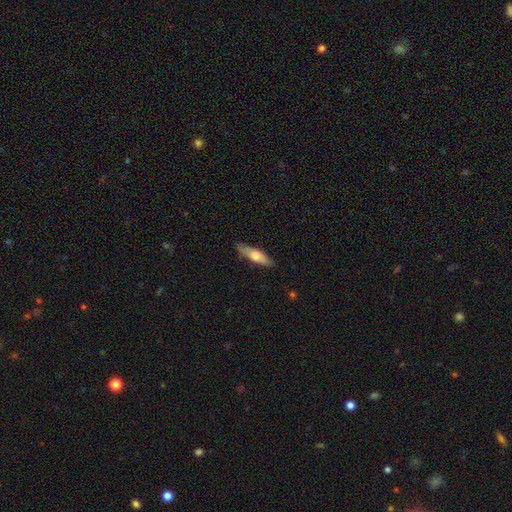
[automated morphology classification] Smooth or featured? Predicted: smooth (p=0.56). How rounded? Predicted: cigar-shaped (p=0.66). Merging? Predicted: none (p=0.82).